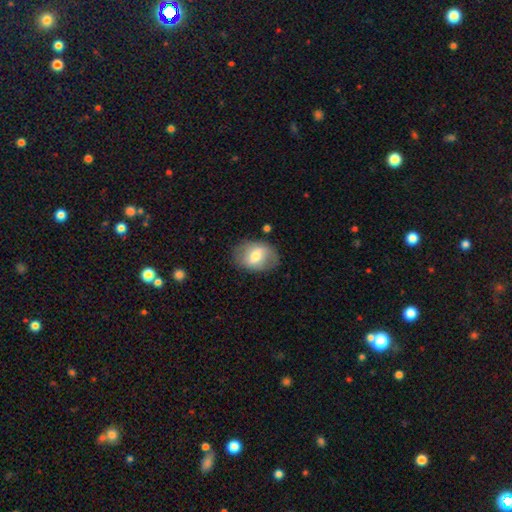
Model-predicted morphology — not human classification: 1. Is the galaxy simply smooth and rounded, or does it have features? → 59% smooth, 34% featured or disk, 7% star or artifact.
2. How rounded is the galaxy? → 73% in between, 25% round, 1% cigar-shaped.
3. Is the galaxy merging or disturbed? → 77% none, 15% minor disturbance, 5% major disturbance, 2% merger.